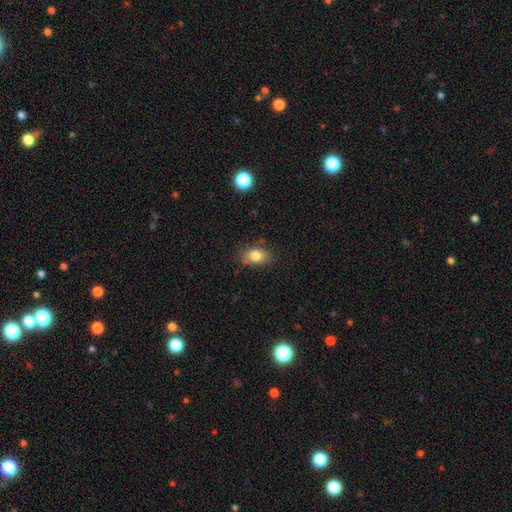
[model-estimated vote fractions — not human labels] smooth 80%, featured or disk 10%, star or artifact 10%. Down the decision tree: how rounded — in between (78%); merging — none (79%).